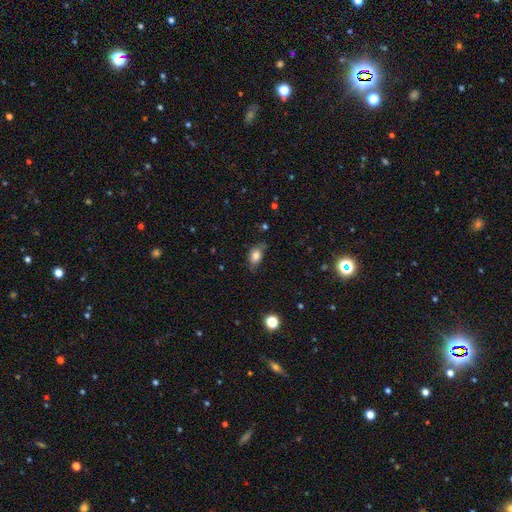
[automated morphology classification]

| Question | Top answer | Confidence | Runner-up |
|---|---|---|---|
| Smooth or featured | smooth | 78% | featured or disk (12%) |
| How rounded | in between | 82% | round (15%) |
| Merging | none | 59% | minor disturbance (30%) |